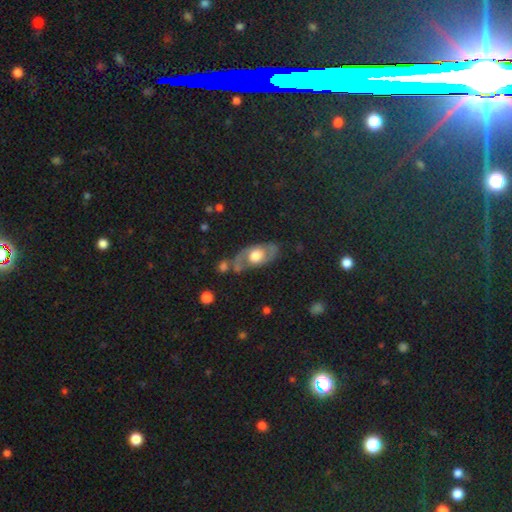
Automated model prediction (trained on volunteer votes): smooth-or-featured: featured or disk: 60% | smooth: 32% | star or artifact: 8%
  disk-edge-on: no: 84% | yes: 16%
    bar: no: 79% | weak: 17% | strong: 4%
    has-spiral-arms: yes: 62% | no: 38%
    bulge-size: large: 52% | moderate: 40% | small: 4% | dominant: 3% | none: 2%
  merging: none: 61% | minor disturbance: 23% | major disturbance: 11% | merger: 6%